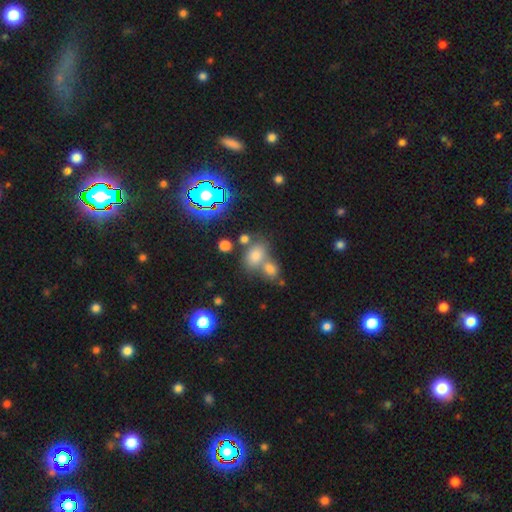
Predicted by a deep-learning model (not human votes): This appears to be a smooth galaxy with no disk features (69%) that is in between round and cigar-shaped (69%). Merging: merger (44%).